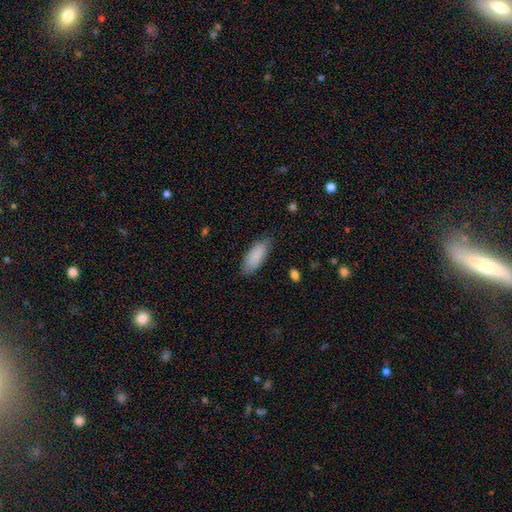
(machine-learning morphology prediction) This appears to be a smooth galaxy with no disk features (89%) that is in between round and cigar-shaped (79%). Merging: none (81%).